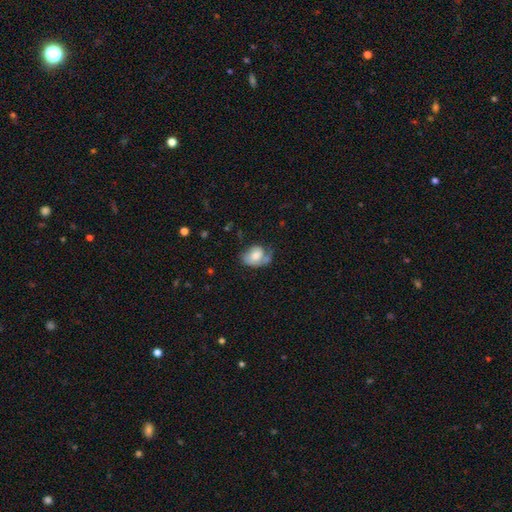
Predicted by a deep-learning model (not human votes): smooth 58%, featured or disk 34%, star or artifact 8%. Down the decision tree: how rounded — in between (71%); merging — none (37%).